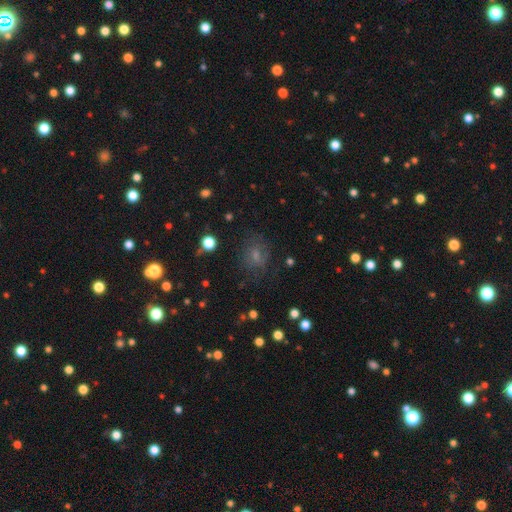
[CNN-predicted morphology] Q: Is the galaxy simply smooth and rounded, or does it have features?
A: smooth — 54%.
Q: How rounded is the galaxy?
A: round — 59%.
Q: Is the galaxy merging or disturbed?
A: none — 68%.